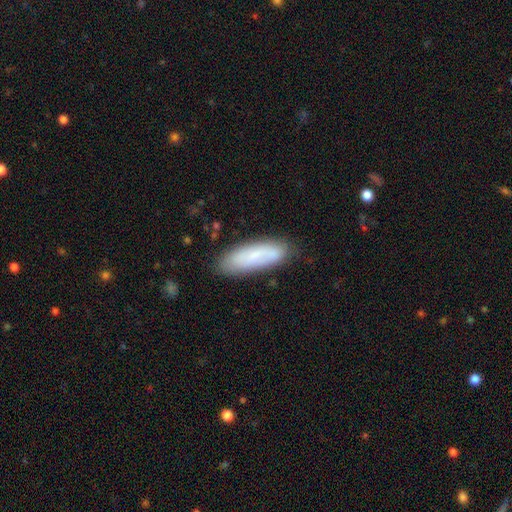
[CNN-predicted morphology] Smooth or featured: smooth — 70% (featured or disk — 23%)
How rounded: cigar-shaped — 50% (in between — 49%)
Merging: none — 80% (minor disturbance — 15%)